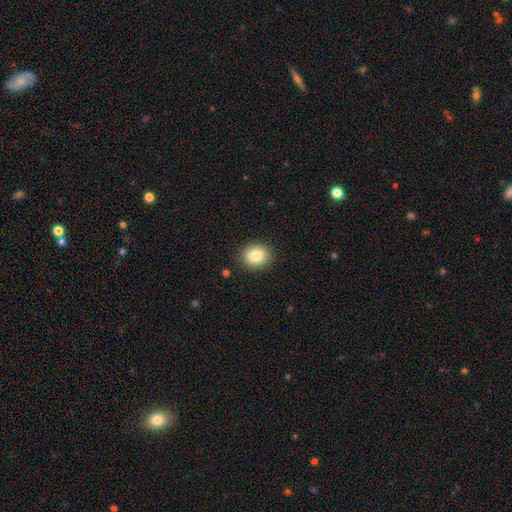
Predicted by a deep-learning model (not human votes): Q: Smooth or featured?
A: smooth (84%); runner-up: star or artifact (9%)
Q: How rounded?
A: round (68%); runner-up: in between (31%)
Q: Merging?
A: none (89%); runner-up: minor disturbance (8%)